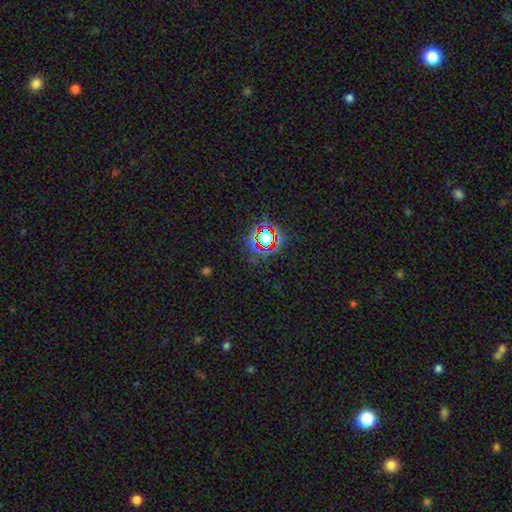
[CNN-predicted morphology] Smooth or featured? Predicted: star or artifact (p=0.74).